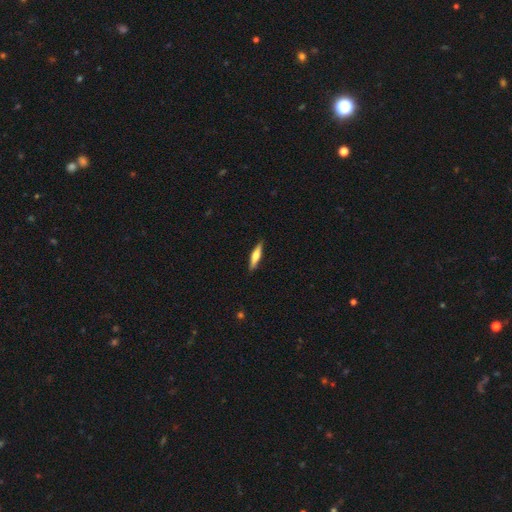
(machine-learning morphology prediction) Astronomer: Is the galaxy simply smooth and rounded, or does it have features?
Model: smooth — 51% (runner-up: featured or disk, 43%).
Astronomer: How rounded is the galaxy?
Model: cigar-shaped — 80%.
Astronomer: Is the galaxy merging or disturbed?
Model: none — 88%.